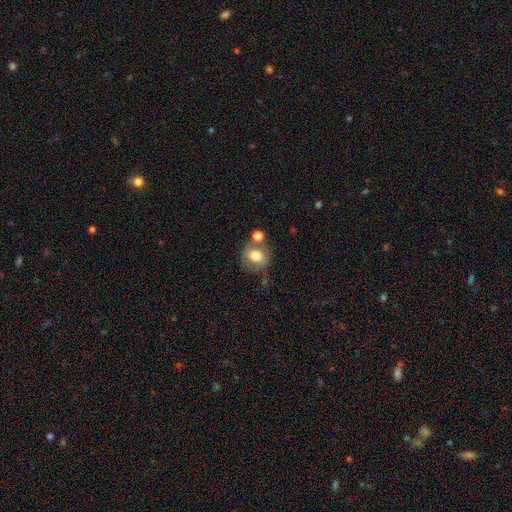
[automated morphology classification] Smooth or featured? Predicted: smooth (p=0.72). How rounded? Predicted: round (p=0.71). Merging? Predicted: none (p=0.55).